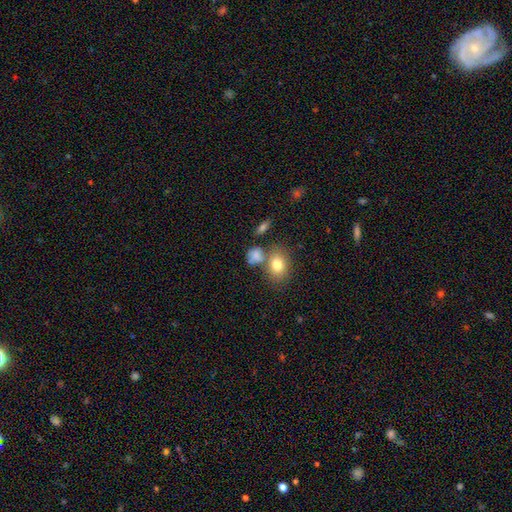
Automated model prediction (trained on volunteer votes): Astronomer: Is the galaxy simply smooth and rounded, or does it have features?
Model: smooth — 77%.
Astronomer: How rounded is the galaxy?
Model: in between — 55% (runner-up: round, 43%).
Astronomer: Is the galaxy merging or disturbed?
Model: none — 48% (runner-up: merger, 29%).